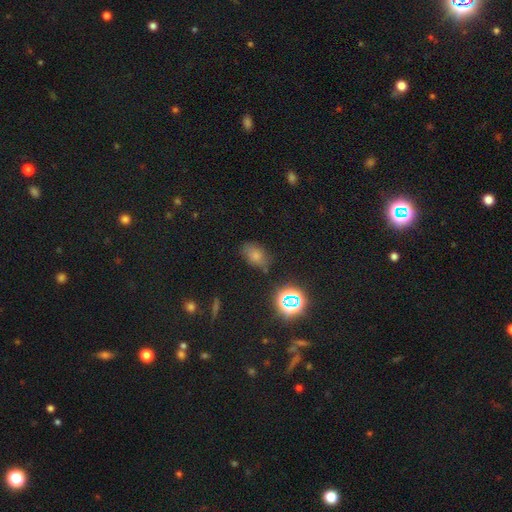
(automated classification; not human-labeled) Q: Smooth or featured?
A: smooth (68%); runner-up: star or artifact (22%)
Q: How rounded?
A: in between (83%); runner-up: round (15%)
Q: Merging?
A: none (69%); runner-up: minor disturbance (21%)